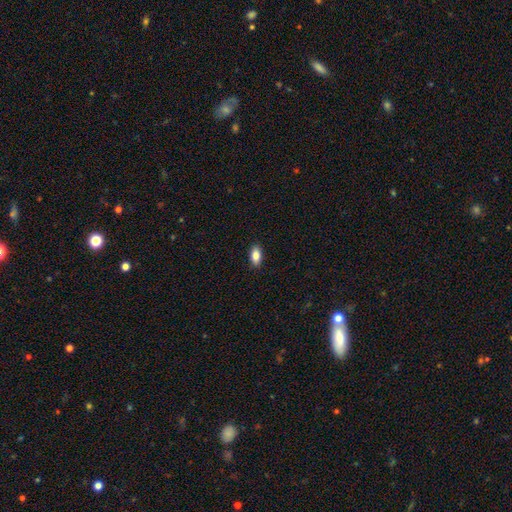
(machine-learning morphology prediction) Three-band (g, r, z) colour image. It shows a smooth galaxy with no disk features (85%) that is in between round and cigar-shaped (90%). Merging: none (90%).